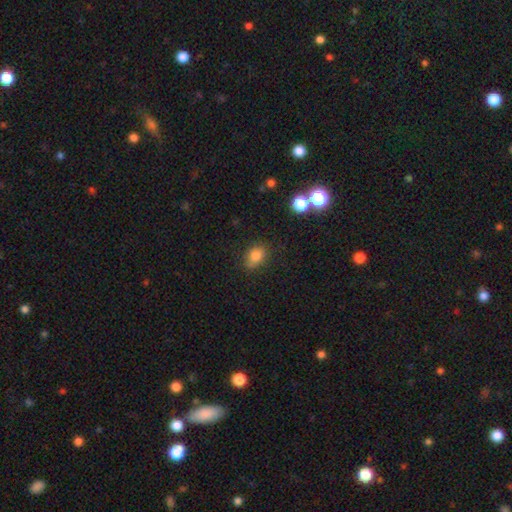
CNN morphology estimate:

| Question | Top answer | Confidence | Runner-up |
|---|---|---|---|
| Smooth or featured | smooth | 81% | star or artifact (12%) |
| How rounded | in between | 60% | round (38%) |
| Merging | none | 73% | minor disturbance (20%) |